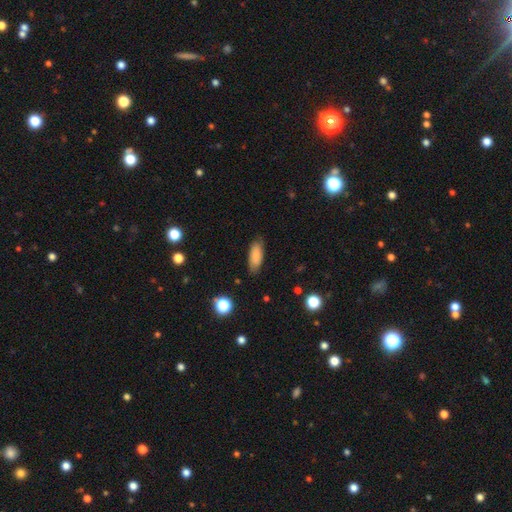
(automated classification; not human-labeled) Q: Smooth or featured?
A: smooth (83%); runner-up: featured or disk (9%)
Q: How rounded?
A: in between (75%); runner-up: cigar-shaped (23%)
Q: Merging?
A: none (82%); runner-up: minor disturbance (14%)